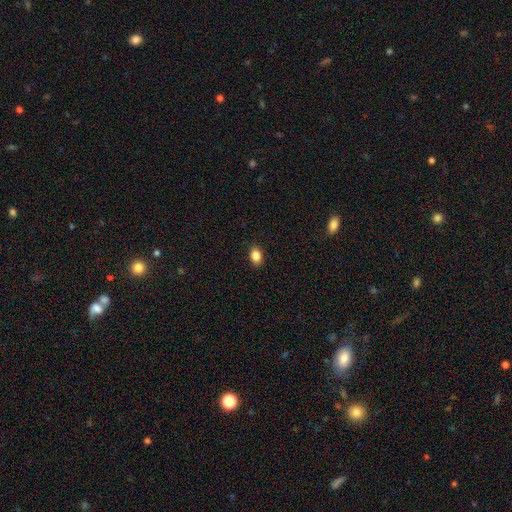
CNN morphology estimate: A smooth galaxy with no disk features (86%) that is in between round and cigar-shaped (78%).

Vote fractions:
- Smooth or featured? smooth: 86% / star or artifact: 9% / featured or disk: 4%
- How rounded? in between: 78% / round: 21% / cigar-shaped: 1%
- Merging? none: 89% / minor disturbance: 8% / major disturbance: 2% / merger: 1%